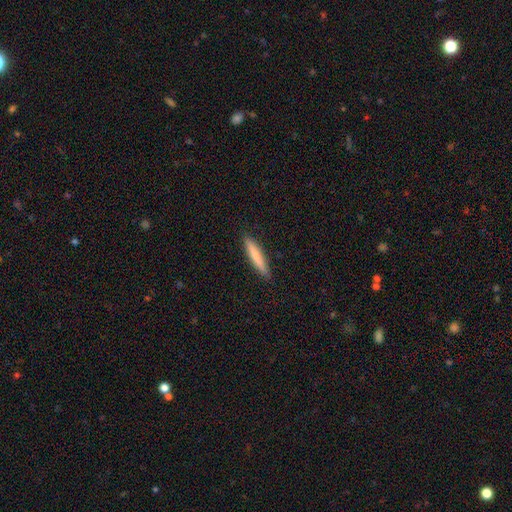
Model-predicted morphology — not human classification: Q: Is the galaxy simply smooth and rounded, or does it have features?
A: smooth — 77%.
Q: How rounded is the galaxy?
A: cigar-shaped — 92%.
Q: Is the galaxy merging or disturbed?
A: none — 90%.